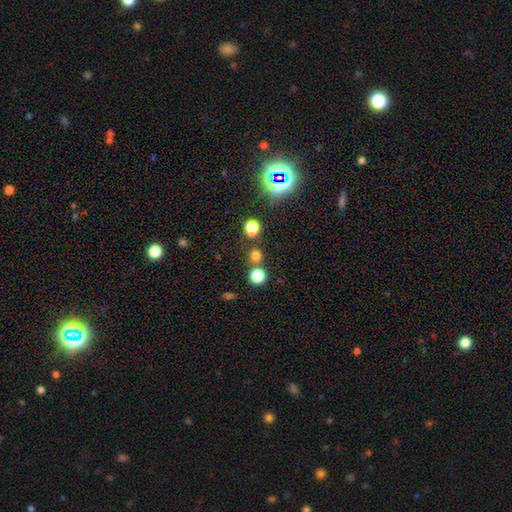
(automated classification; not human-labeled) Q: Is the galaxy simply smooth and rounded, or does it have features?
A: smooth — 68%.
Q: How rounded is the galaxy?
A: round — 85%.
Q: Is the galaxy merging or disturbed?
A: none — 71%.